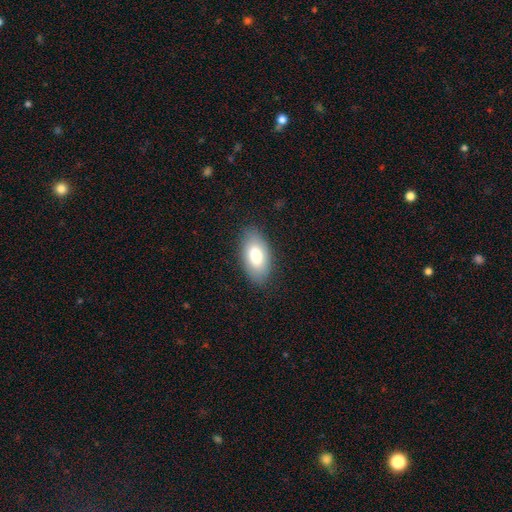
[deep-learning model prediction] smooth-or-featured: smooth: 80% | featured or disk: 14% | star or artifact: 6%
  how-rounded: in between: 94% | cigar-shaped: 4% | round: 3%
  merging: none: 84% | minor disturbance: 12% | major disturbance: 3% | merger: 1%